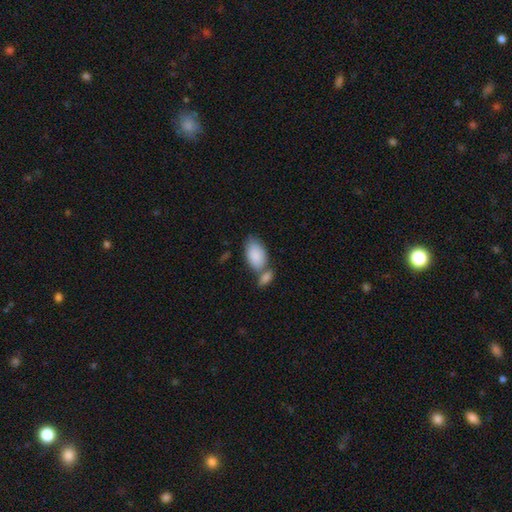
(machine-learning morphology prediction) The model was most divided on "merging": none: 44%, merger: 37%, minor disturbance: 14%, major disturbance: 5%. More confident: how rounded — in between (94%); smooth or featured — smooth (87%).